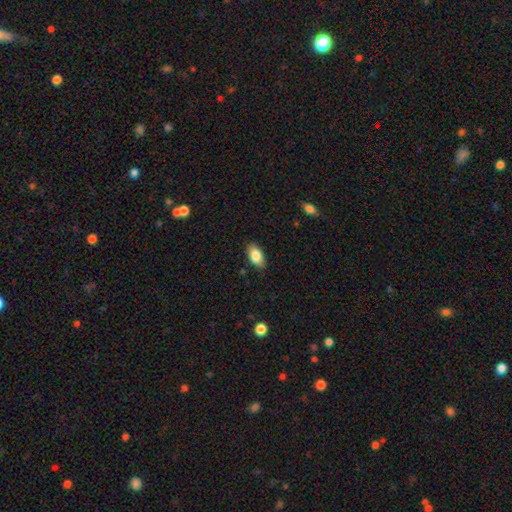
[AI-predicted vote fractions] Q: Smooth or featured?
A: smooth (84%); runner-up: featured or disk (9%)
Q: How rounded?
A: in between (93%); runner-up: round (4%)
Q: Merging?
A: none (86%); runner-up: minor disturbance (10%)